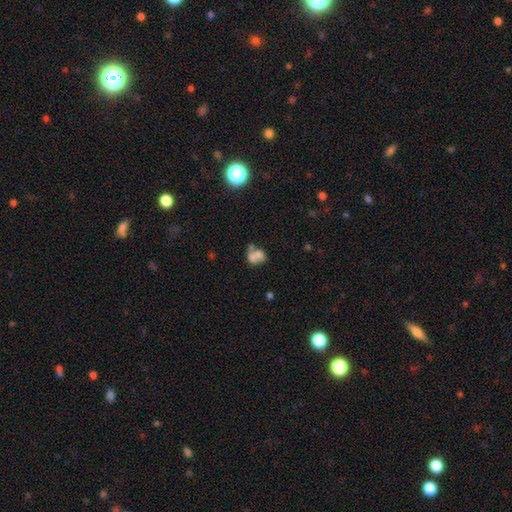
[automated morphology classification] smooth 62%, featured or disk 26%, star or artifact 12%. Down the decision tree: how rounded — in between (54%); merging — merger (62%).